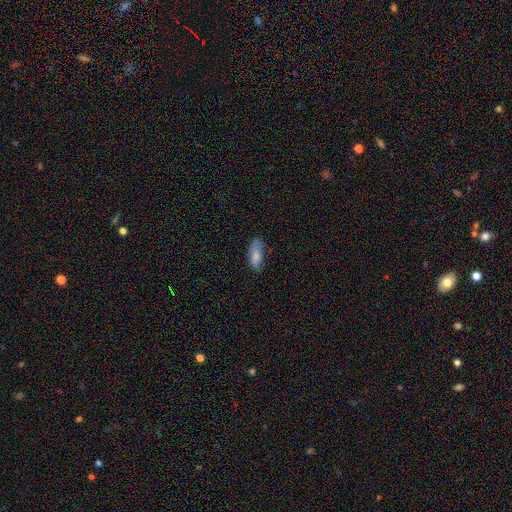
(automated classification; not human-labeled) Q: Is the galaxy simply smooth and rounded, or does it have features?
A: smooth — 80%.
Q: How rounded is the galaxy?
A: in between — 79%.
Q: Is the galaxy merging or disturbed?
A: none — 60%.